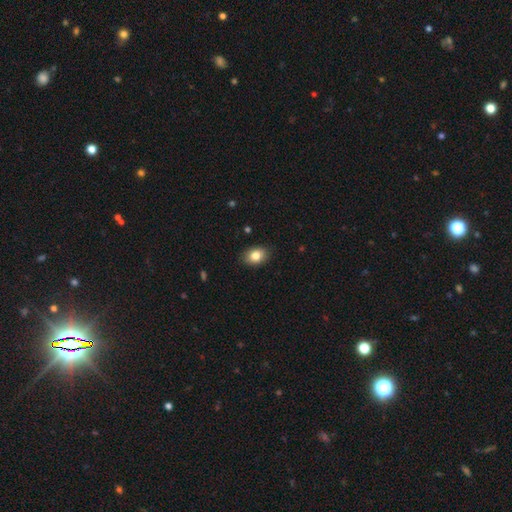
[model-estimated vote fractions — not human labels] This is clearly a smooth galaxy (83%). How rounded: likely in between (75%). Merging: clearly none (87%).